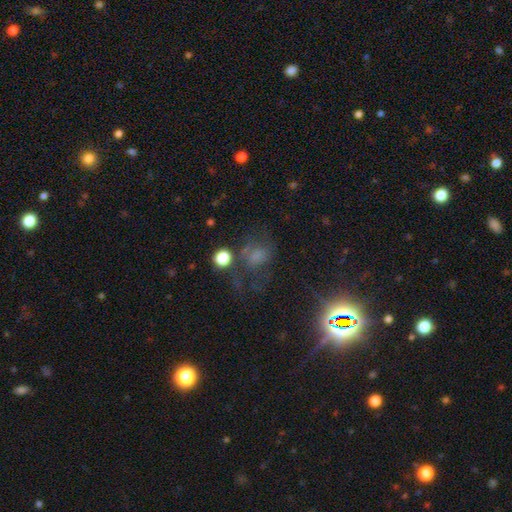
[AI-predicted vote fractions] smooth 49%, star or artifact 27%, featured or disk 23%. Down the decision tree: merging — none (44%).